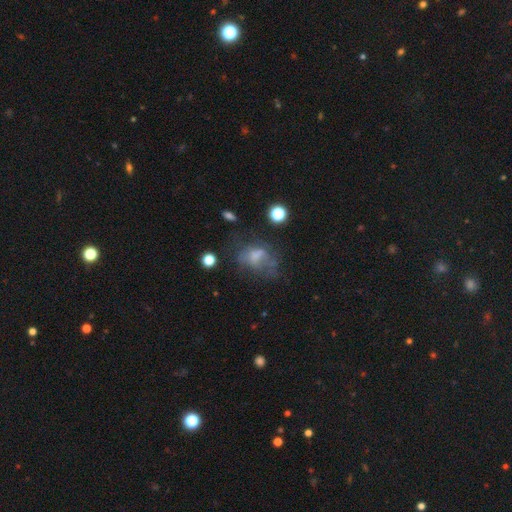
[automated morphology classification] smooth 44%, featured or disk 38%, star or artifact 19%. Down the decision tree: merging — none (36%).